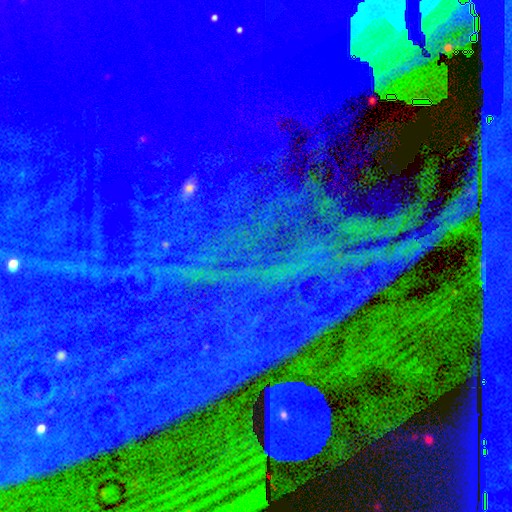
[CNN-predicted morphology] This is clearly a star or artifact rather than a galaxy (87%).